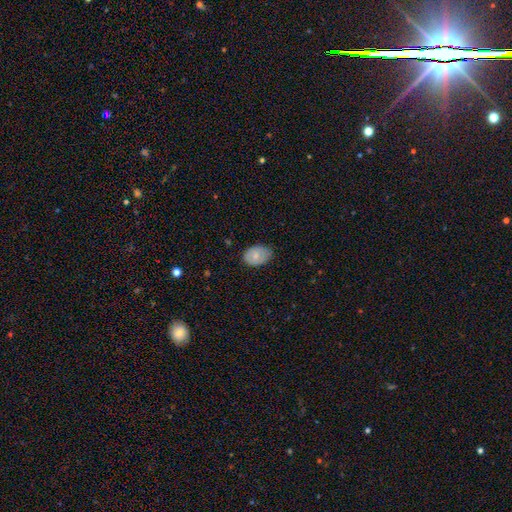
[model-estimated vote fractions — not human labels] A smooth galaxy with no disk features (73%) that is in between round and cigar-shaped (79%).

Vote fractions:
- Smooth or featured? smooth: 73% / featured or disk: 21% / star or artifact: 7%
- How rounded? in between: 79% / round: 20% / cigar-shaped: 1%
- Merging? none: 73% / minor disturbance: 23% / major disturbance: 4% / merger: 1%